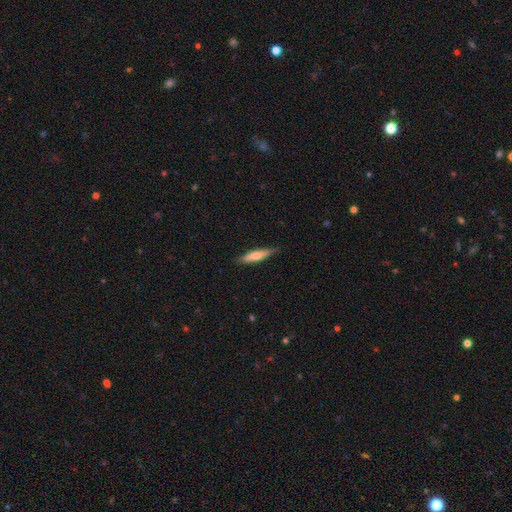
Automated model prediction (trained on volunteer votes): smooth 63%, featured or disk 32%, star or artifact 6%. Down the decision tree: how rounded — cigar-shaped (81%); merging — none (79%).